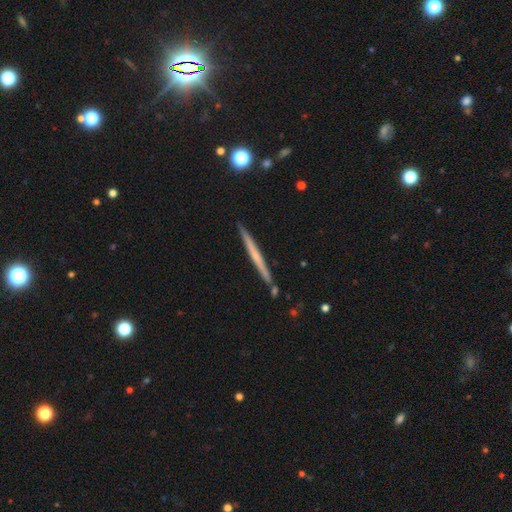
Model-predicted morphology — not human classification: A featured or disk galaxy (55%) viewed edge-on (98%) with no central bulge (80%). Merging: none (90%).